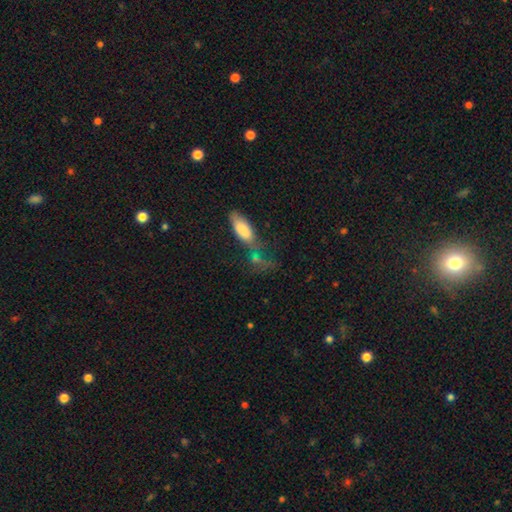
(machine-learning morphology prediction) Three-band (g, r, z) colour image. It shows a smooth galaxy with no disk features (66%) that is in between round and cigar-shaped (61%). Merging: none (34%).